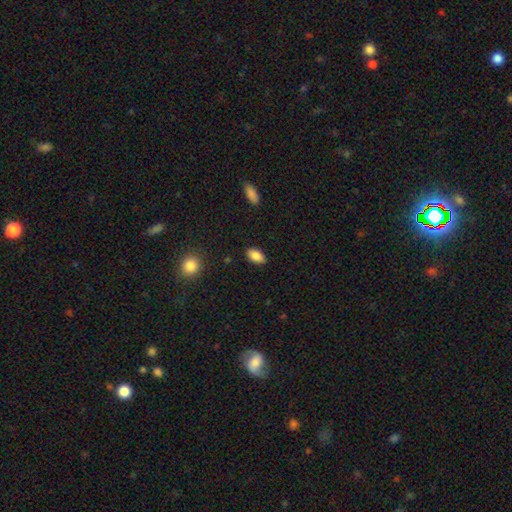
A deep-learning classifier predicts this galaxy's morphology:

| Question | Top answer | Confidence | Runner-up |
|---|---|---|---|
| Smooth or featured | smooth | 87% | star or artifact (8%) |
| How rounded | in between | 92% | round (5%) |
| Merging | none | 86% | minor disturbance (10%) |